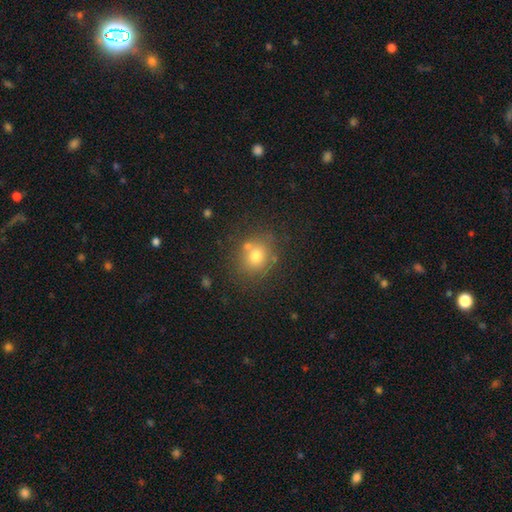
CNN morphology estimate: type=smooth (72%); roundness=round (71%); merging=none (69%).